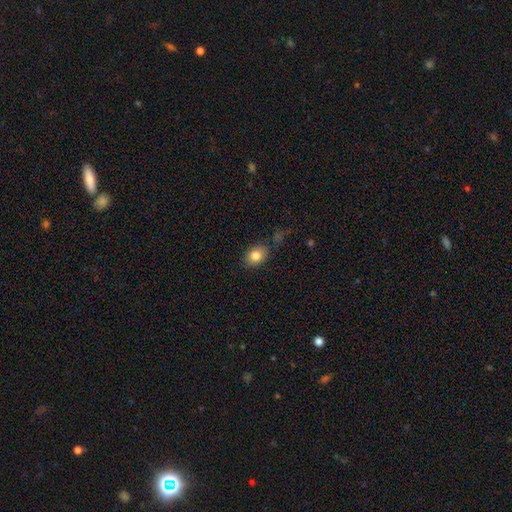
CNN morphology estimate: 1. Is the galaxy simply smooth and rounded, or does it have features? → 83% smooth, 9% star or artifact, 8% featured or disk.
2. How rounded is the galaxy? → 67% in between, 32% round, 1% cigar-shaped.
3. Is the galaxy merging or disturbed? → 78% none, 15% minor disturbance, 4% major disturbance, 3% merger.